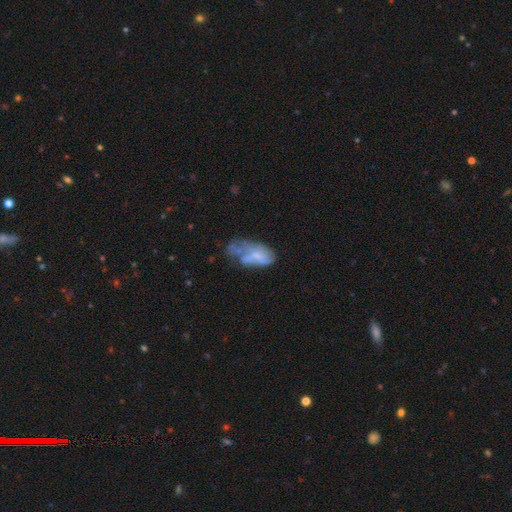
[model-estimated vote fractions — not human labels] The model was most divided on "merging": major disturbance: 32%, none: 26%, minor disturbance: 26%, merger: 16%. Remaining: smooth or featured — featured or disk (49%).